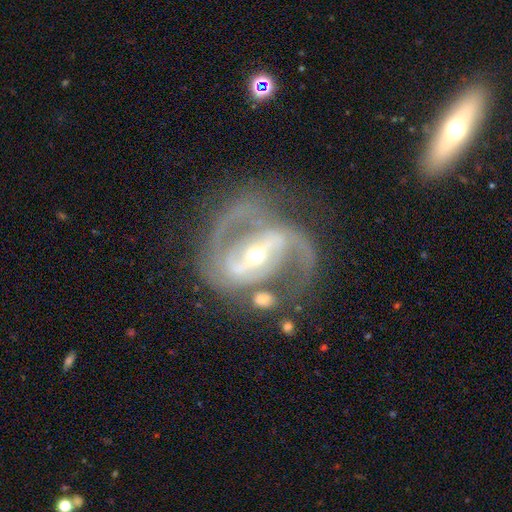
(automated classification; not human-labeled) Smooth or featured? Predicted: featured or disk (p=0.91). Edge-on disk? Predicted: no (p=0.97). Bar? Predicted: strong (p=0.61). Spiral arms? Predicted: yes (p=0.97). Spiral winding? Predicted: medium (p=0.58). Spiral arm count? Predicted: 2 (p=0.84). Bulge size? Predicted: small (p=0.53). Merging? Predicted: none (p=0.57).